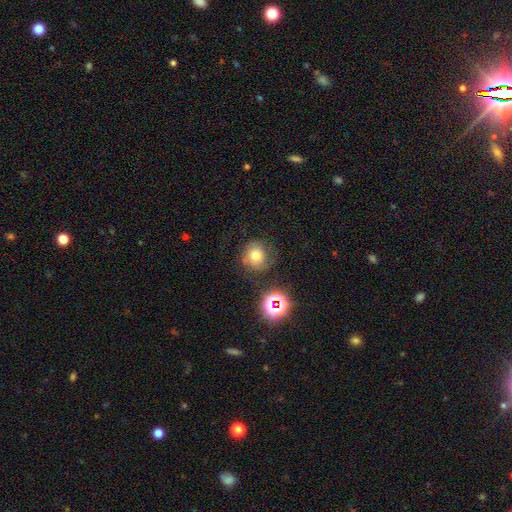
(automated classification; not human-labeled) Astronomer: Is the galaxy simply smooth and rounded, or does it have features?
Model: smooth — 69%.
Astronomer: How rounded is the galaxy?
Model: round — 88%.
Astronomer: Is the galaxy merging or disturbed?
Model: none — 76%.